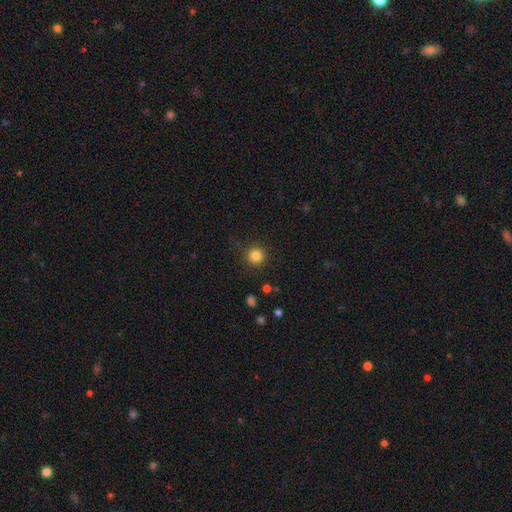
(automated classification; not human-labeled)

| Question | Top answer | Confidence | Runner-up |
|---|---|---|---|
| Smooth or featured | smooth | 83% | star or artifact (12%) |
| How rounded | round | 95% | in between (4%) |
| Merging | none | 90% | minor disturbance (7%) |